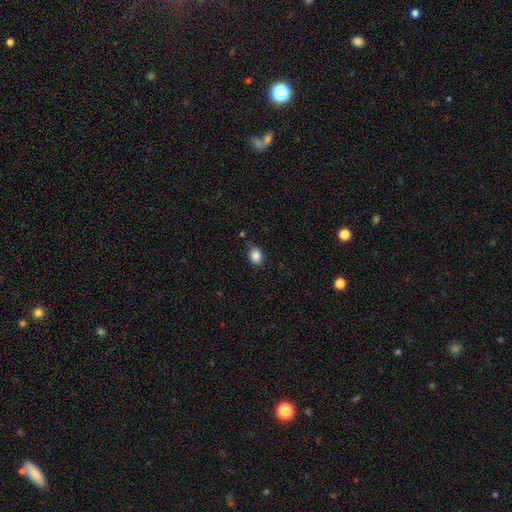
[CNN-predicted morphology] Smooth or featured?
  - smooth: 87% *
  - star or artifact: 9%
  - featured or disk: 4%
How rounded?
  - in between: 63% *
  - round: 36%
  - cigar-shaped: 1%
Merging?
  - none: 83% *
  - minor disturbance: 13%
  - major disturbance: 3%
  - merger: 2%